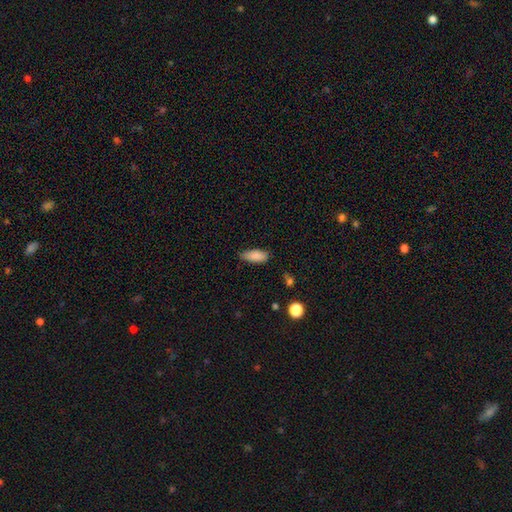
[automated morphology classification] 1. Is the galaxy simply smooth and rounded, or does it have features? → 88% smooth, 7% star or artifact, 5% featured or disk.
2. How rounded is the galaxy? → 82% in between, 16% cigar-shaped, 2% round.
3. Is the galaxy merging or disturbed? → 74% none, 22% minor disturbance, 3% major disturbance, 1% merger.